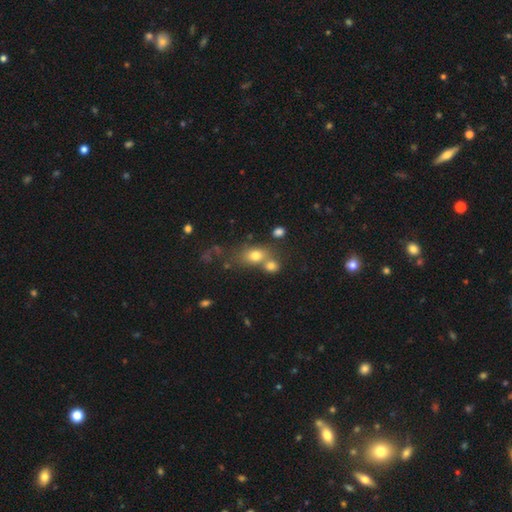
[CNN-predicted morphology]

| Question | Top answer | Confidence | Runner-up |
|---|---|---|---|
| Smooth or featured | smooth | 73% | featured or disk (14%) |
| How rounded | in between | 60% | round (38%) |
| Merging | none | 44% | merger (38%) |